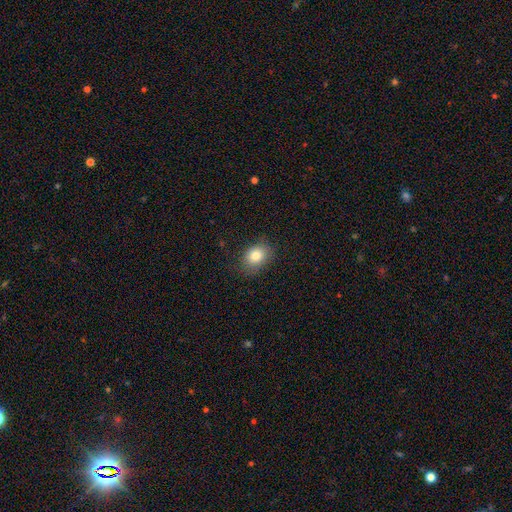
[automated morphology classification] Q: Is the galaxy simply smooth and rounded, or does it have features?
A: smooth — 81%.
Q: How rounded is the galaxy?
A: in between — 58%.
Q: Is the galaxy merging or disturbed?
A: none — 79%.